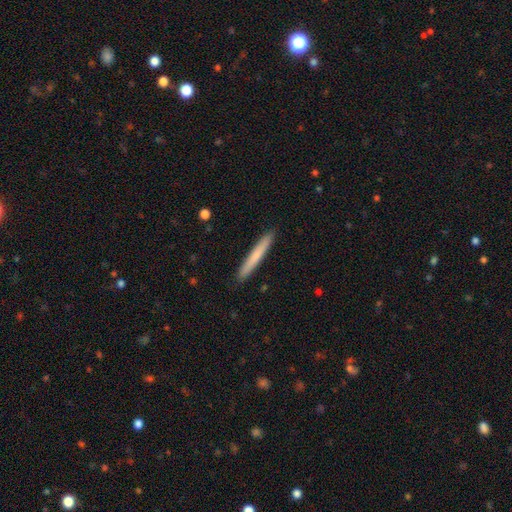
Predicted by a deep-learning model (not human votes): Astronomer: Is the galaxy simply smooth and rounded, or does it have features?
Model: smooth — 71%.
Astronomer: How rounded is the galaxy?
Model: cigar-shaped — 96%.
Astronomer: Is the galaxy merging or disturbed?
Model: none — 92%.